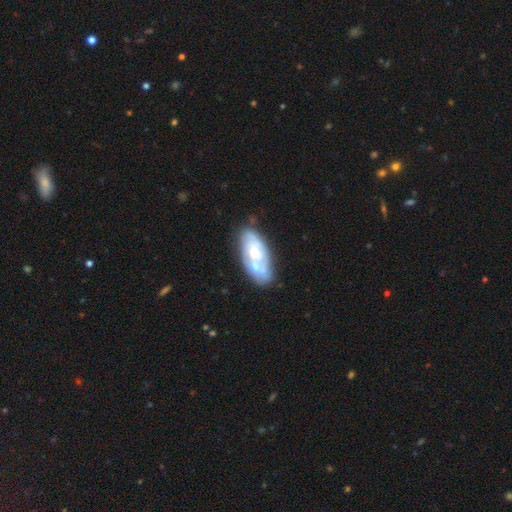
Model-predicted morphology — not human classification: Smooth or featured?
  - featured or disk: 58% *
  - smooth: 35%
  - star or artifact: 7%
Edge-on disk?
  - no: 89% *
  - yes: 11%
Bar?
  - no: 82% *
  - weak: 14%
  - strong: 4%
Spiral arms?
  - no: 65% *
  - yes: 35%
Bulge size?
  - moderate: 58% *
  - small: 34%
  - large: 4%
  - none: 2%
  - dominant: 1%
Merging?
  - none: 52% *
  - merger: 26%
  - minor disturbance: 17%
  - major disturbance: 6%